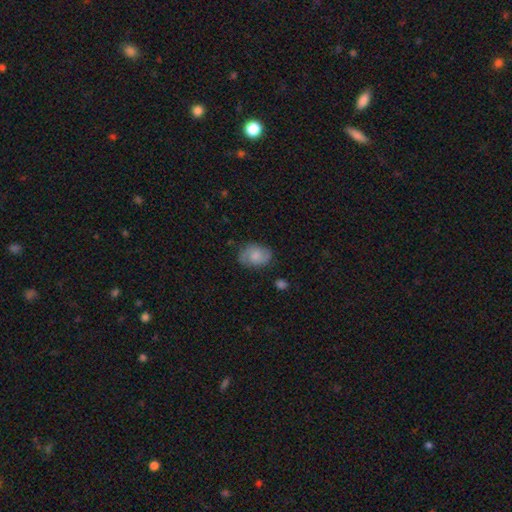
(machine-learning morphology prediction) The model was most divided on "smooth or featured": smooth: 55%, featured or disk: 37%, star or artifact: 8%. More confident: how rounded — in between (74%); merging — none (74%).